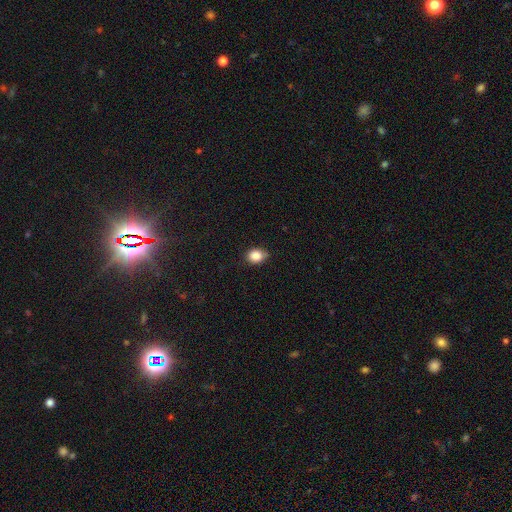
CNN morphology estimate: A smooth galaxy with no disk features (87%) that is round (55%).

Vote fractions:
- Smooth or featured? smooth: 87% / star or artifact: 9% / featured or disk: 4%
- How rounded? round: 55% / in between: 44% / cigar-shaped: 1%
- Merging? none: 71% / minor disturbance: 24% / major disturbance: 4% / merger: 1%